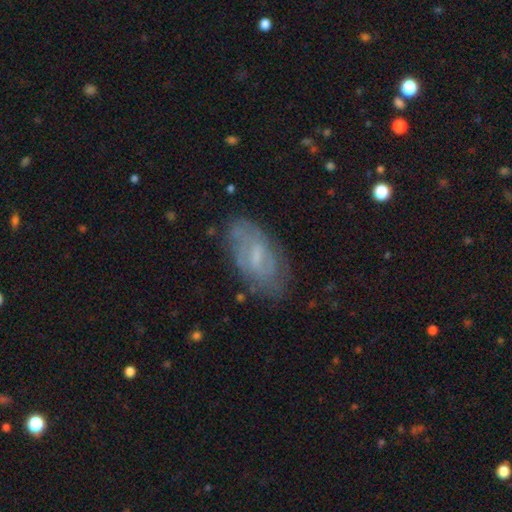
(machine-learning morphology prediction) smooth-or-featured: featured or disk: 59% | smooth: 33% | star or artifact: 9%
  disk-edge-on: no: 91% | yes: 9%
    bar: weak: 56% | no: 26% | strong: 18%
    has-spiral-arms: yes: 68% | no: 32%
    bulge-size: small: 41% | moderate: 31% | none: 24% | large: 3% | dominant: 1%
  merging: none: 72% | minor disturbance: 19% | major disturbance: 7% | merger: 2%